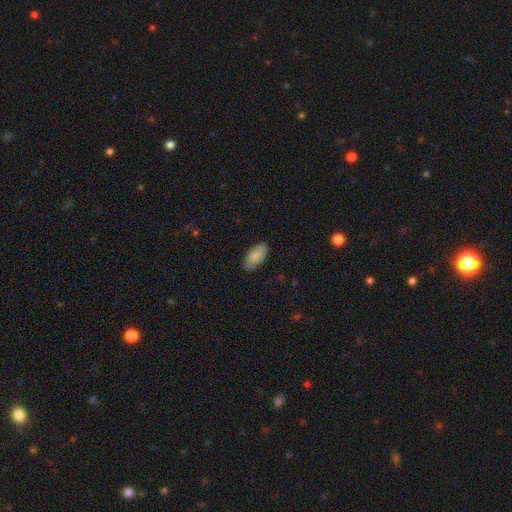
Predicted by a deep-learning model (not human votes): smooth_or_featured: smooth (p=0.84) [alt: featured or disk p=0.10]
how_rounded: in between (p=0.92) [alt: cigar-shaped p=0.06]
merging: none (p=0.76) [alt: minor disturbance p=0.19]